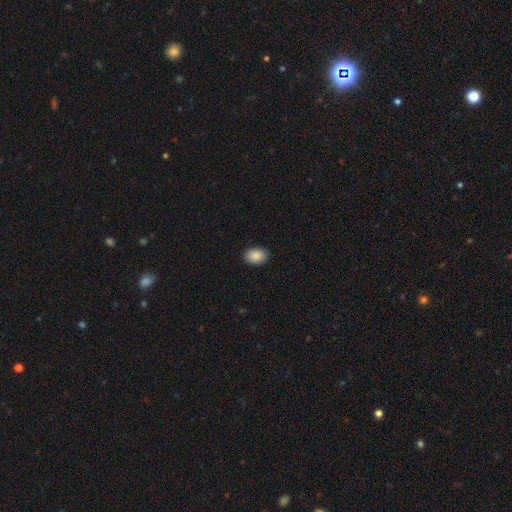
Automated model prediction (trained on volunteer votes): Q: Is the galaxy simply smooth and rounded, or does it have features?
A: smooth — 90%.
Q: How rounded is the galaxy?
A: in between — 84%.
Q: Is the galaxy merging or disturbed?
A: none — 90%.